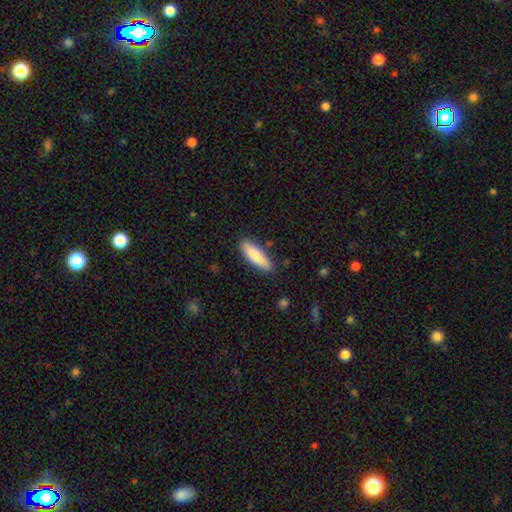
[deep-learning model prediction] Morphology: type=smooth (85%); roundness=cigar-shaped (57%); merging=none (87%).